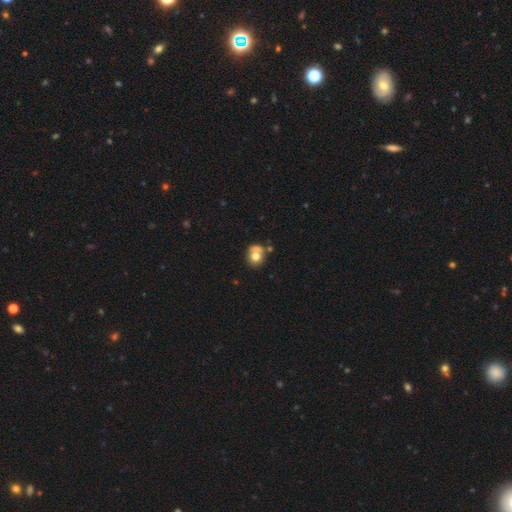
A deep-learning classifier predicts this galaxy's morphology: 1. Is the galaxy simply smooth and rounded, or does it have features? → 70% smooth, 20% featured or disk, 10% star or artifact.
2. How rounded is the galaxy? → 67% round, 32% in between, 1% cigar-shaped.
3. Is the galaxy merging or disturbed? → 45% none, 26% merger, 19% minor disturbance, 10% major disturbance.